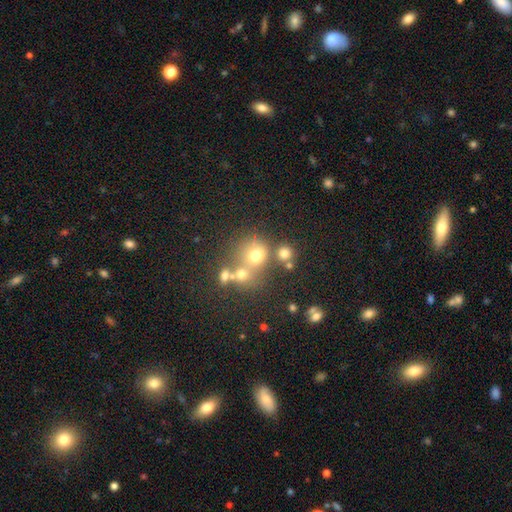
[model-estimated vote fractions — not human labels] Smooth or featured? smooth (62%)
How rounded? round (80%)
Merging? none (52%)